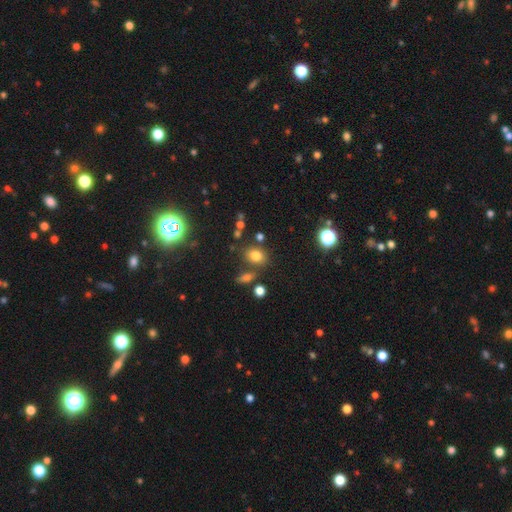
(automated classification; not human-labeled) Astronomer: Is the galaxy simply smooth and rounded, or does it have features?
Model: smooth — 77%.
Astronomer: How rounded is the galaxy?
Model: in between — 65%.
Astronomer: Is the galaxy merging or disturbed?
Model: none — 71%.